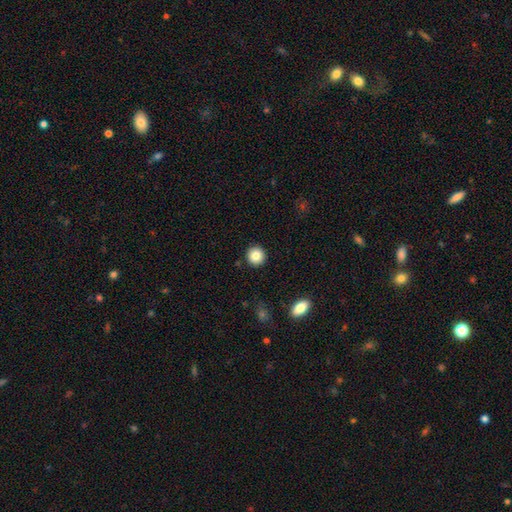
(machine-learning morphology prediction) A smooth galaxy with no disk features (85%) that is round (93%). Merging: none (91%).